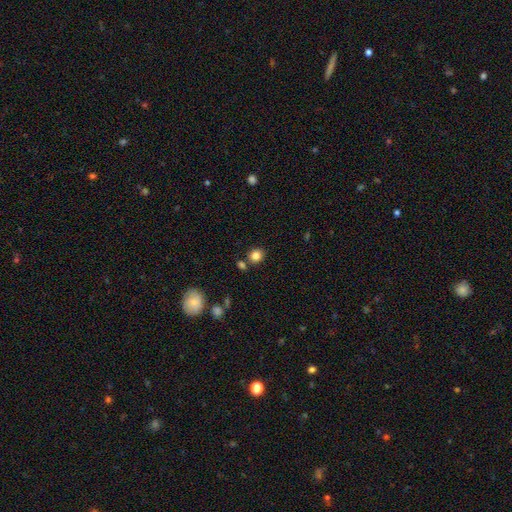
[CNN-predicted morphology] smooth_or_featured: smooth (p=0.84) [alt: star or artifact p=0.11]
how_rounded: round (p=0.78) [alt: in between p=0.21]
merging: none (p=0.76) [alt: merger p=0.11]